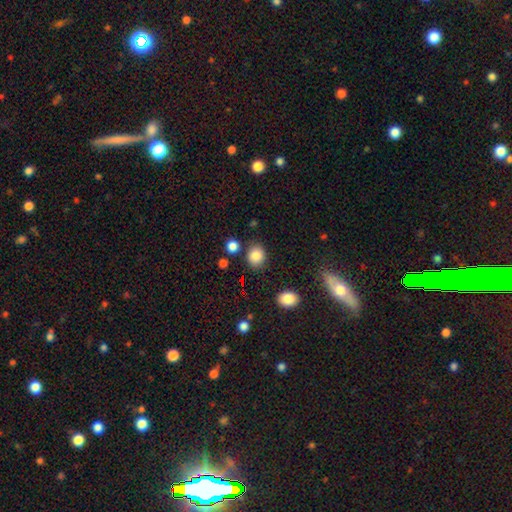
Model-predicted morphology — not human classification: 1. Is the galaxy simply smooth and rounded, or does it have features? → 84% smooth, 10% star or artifact, 5% featured or disk.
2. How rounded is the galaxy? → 66% round, 33% in between, 1% cigar-shaped.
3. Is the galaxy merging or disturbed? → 81% none, 11% minor disturbance, 5% merger, 3% major disturbance.